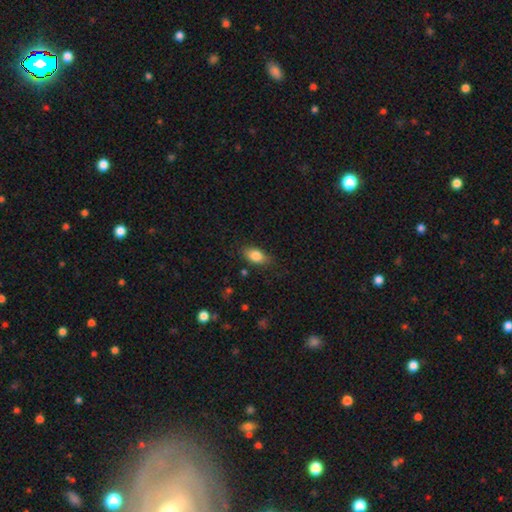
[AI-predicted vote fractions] Q: Smooth or featured?
A: smooth (84%); runner-up: featured or disk (8%)
Q: How rounded?
A: in between (87%); runner-up: round (8%)
Q: Merging?
A: none (79%); runner-up: minor disturbance (16%)